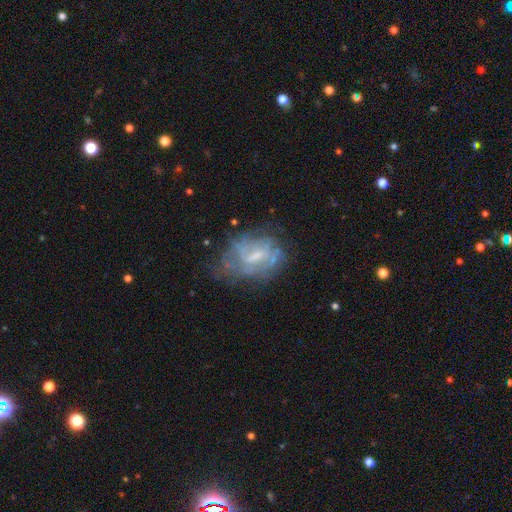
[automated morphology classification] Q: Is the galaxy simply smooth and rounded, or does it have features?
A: featured or disk — 69%.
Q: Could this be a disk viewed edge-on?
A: no — 96%.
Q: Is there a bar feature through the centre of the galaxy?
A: weak — 53%.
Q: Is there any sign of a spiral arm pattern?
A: yes — 59%.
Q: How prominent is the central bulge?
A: small — 42%.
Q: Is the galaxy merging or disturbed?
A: none — 49%.